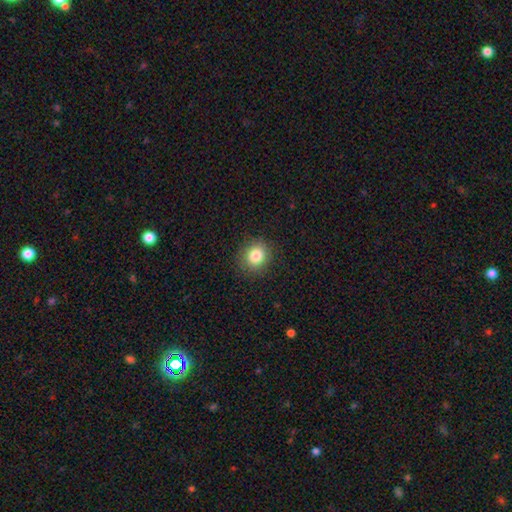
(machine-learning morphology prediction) A smooth galaxy with no disk features (83%) that is round (81%). Merging: none (89%).